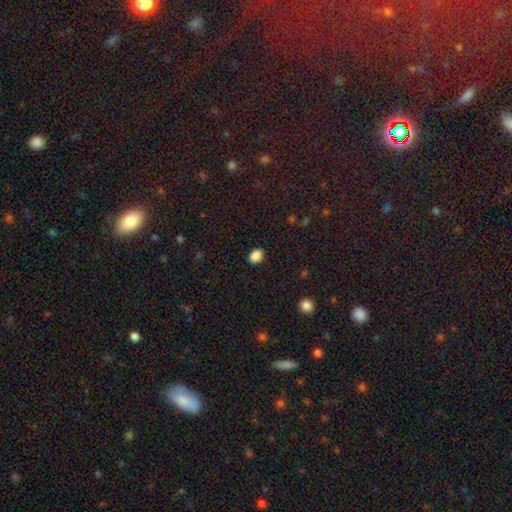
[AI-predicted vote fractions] A smooth galaxy with no disk features (87%) that is in between round and cigar-shaped (76%).

Vote fractions:
- Smooth or featured? smooth: 87% / star or artifact: 10% / featured or disk: 3%
- How rounded? in between: 76% / round: 23% / cigar-shaped: 1%
- Merging? none: 87% / minor disturbance: 10% / major disturbance: 2% / merger: 1%